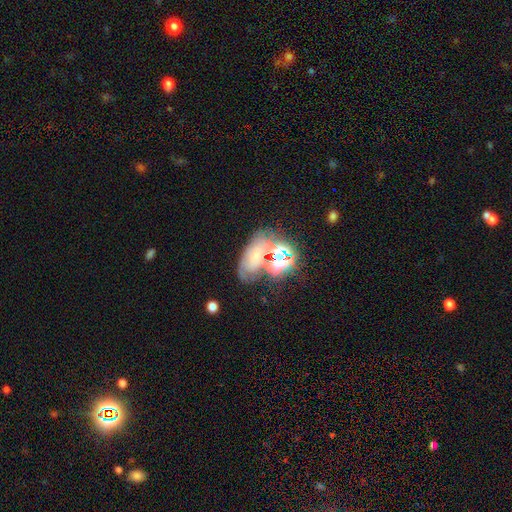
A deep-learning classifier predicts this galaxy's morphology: A smooth galaxy with no disk features (37%).

Vote fractions:
- Smooth or featured? smooth: 37% / star or artifact: 36% / featured or disk: 27%
- Merging? none: 43% / merger: 26% / minor disturbance: 17% / major disturbance: 13%